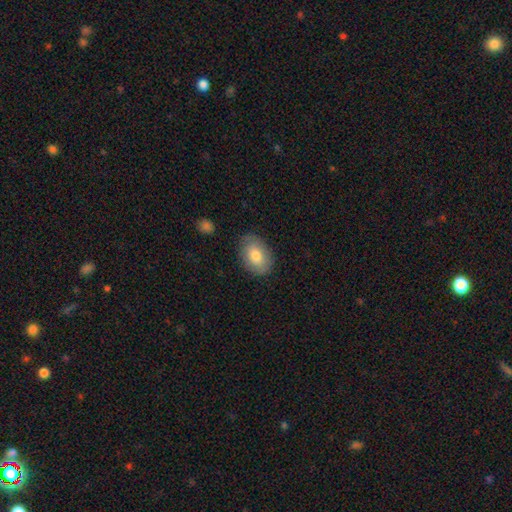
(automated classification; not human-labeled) This is likely a smooth galaxy (79%). How rounded: clearly in between (85%). Merging: clearly none (83%).